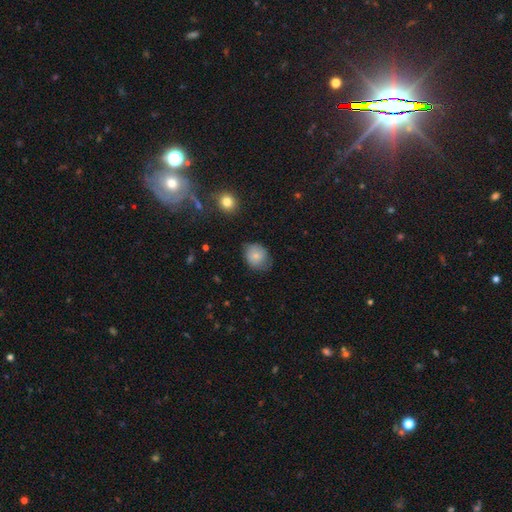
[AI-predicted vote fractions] smooth 78%, featured or disk 13%, star or artifact 9%. Down the decision tree: how rounded — round (59%); merging — none (65%).